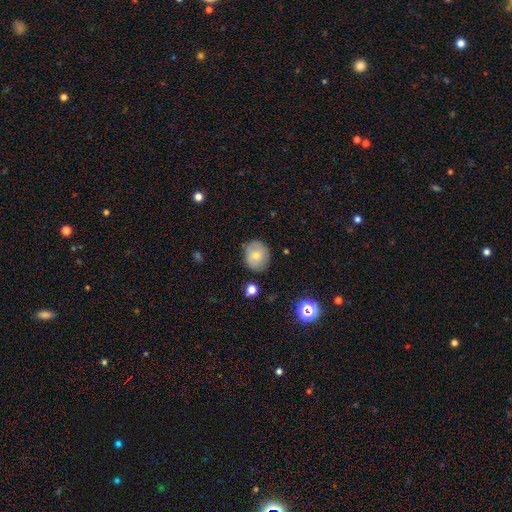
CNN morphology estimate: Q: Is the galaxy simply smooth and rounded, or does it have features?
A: smooth — 72%.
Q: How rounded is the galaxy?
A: round — 73%.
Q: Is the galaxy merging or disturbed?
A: none — 79%.